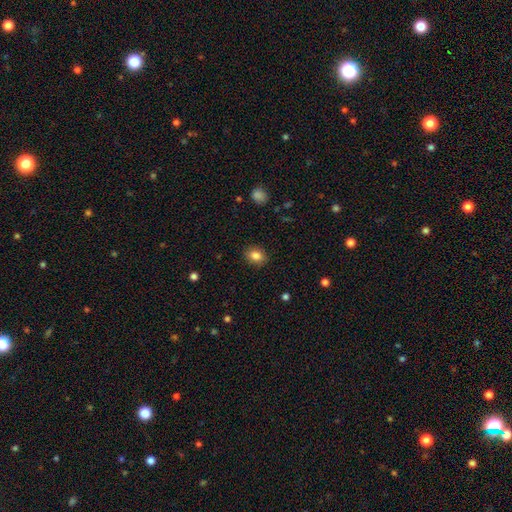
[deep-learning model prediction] A smooth galaxy with no disk features (85%) that is in between round and cigar-shaped (58%).

Vote fractions:
- Smooth or featured? smooth: 85% / star or artifact: 9% / featured or disk: 6%
- How rounded? in between: 58% / round: 41% / cigar-shaped: 1%
- Merging? none: 88% / minor disturbance: 9% / major disturbance: 2% / merger: 1%